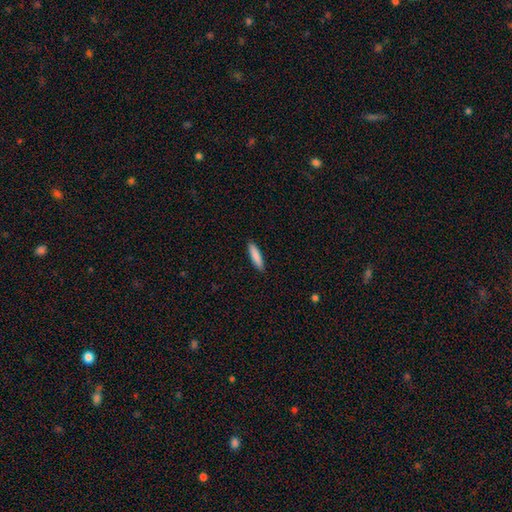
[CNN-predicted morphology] A smooth galaxy with no disk features (87%) that is cigar-shaped (80%). Merging: none (91%).